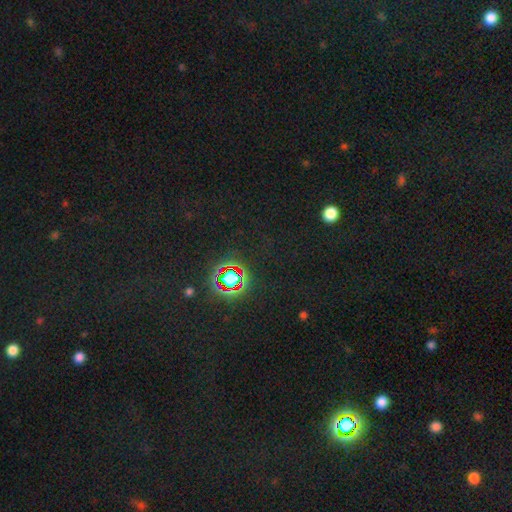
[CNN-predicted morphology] Q: Smooth or featured?
A: star or artifact (74%); runner-up: smooth (18%)